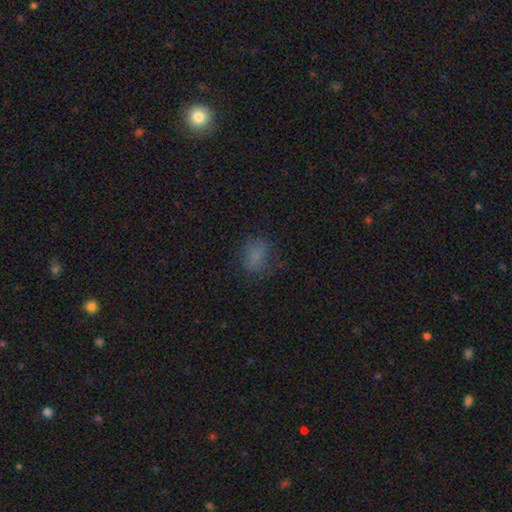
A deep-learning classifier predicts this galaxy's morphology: Overall: smooth (76%). How rounded: in between (66%; round 33%). Merging: none (71%).